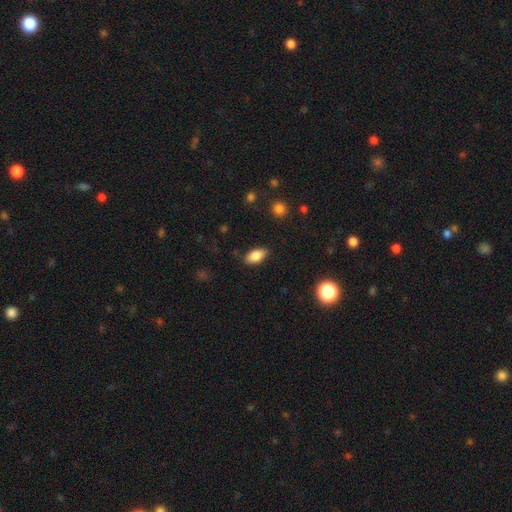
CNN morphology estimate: This appears to be a smooth galaxy with no disk features (83%) that is in between round and cigar-shaped (89%). Merging: none (85%).